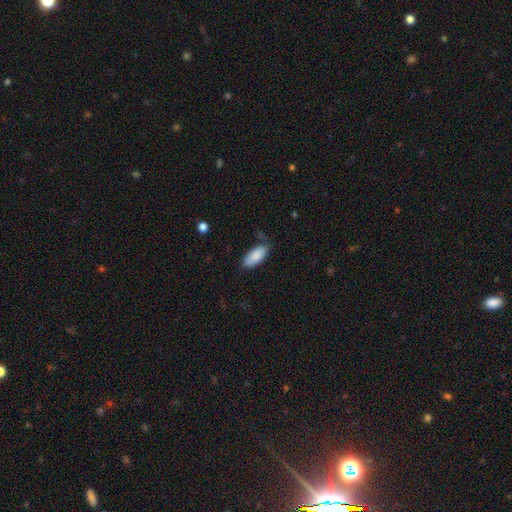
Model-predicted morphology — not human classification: Smooth or featured? smooth (87%)
How rounded? in between (87%)
Merging? none (67%)